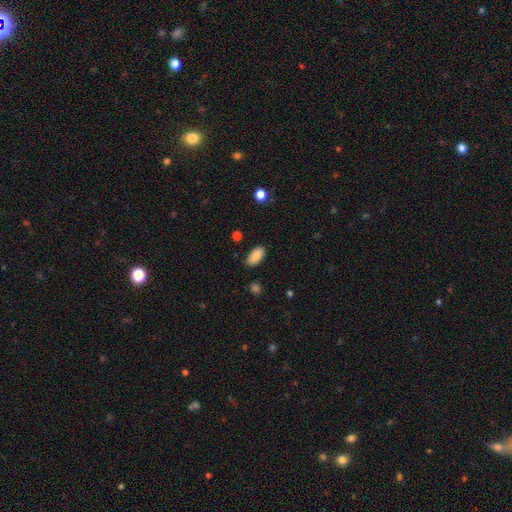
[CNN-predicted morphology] A smooth galaxy with no disk features (86%) that is in between round and cigar-shaped (93%).

Vote fractions:
- Smooth or featured? smooth: 86% / star or artifact: 7% / featured or disk: 7%
- How rounded? in between: 93% / cigar-shaped: 4% / round: 3%
- Merging? none: 85% / minor disturbance: 11% / major disturbance: 2% / merger: 2%